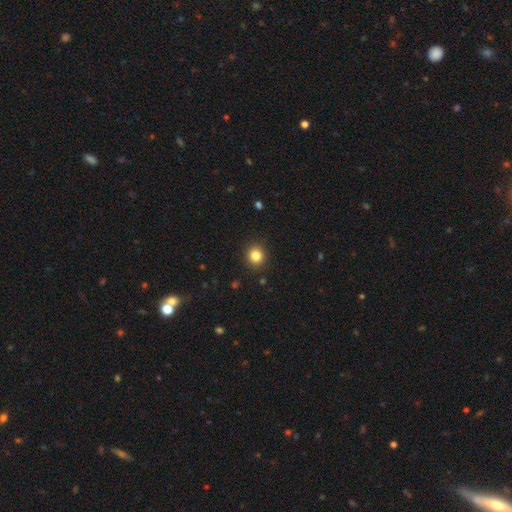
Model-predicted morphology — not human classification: The model was most divided on "smooth or featured": smooth: 83%, star or artifact: 12%, featured or disk: 5%. More confident: merging — none (91%); how rounded — round (89%).